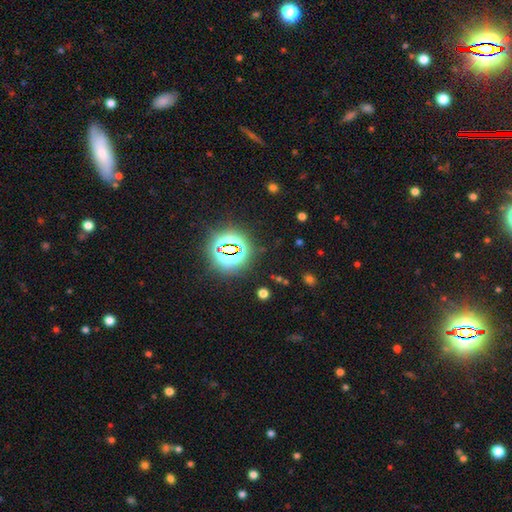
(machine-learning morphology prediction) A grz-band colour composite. It shows a star or artifact, not a galaxy (79%).